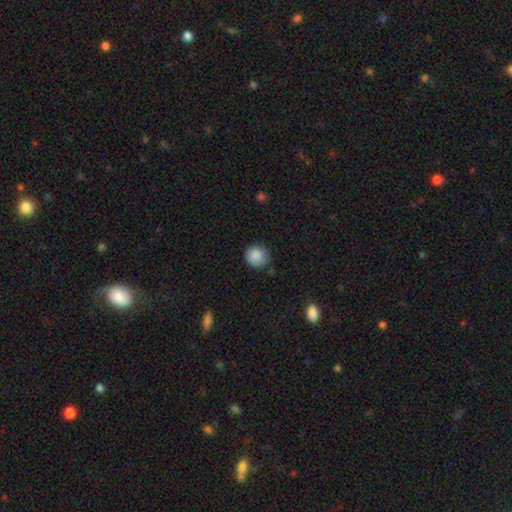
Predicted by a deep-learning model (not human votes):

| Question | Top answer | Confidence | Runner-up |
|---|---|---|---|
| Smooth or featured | smooth | 87% | star or artifact (8%) |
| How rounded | round | 91% | in between (9%) |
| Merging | none | 81% | minor disturbance (15%) |